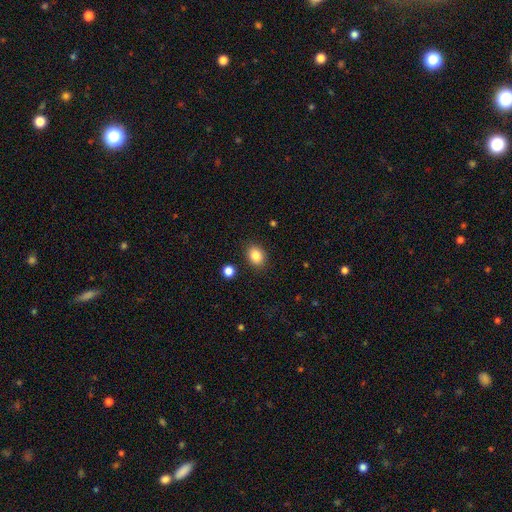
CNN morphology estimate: smooth-or-featured: smooth: 85% | star or artifact: 10% | featured or disk: 5%
  how-rounded: in between: 50% | round: 49% | cigar-shaped: 1%
  merging: none: 87% | minor disturbance: 8% | major disturbance: 2% | merger: 2%